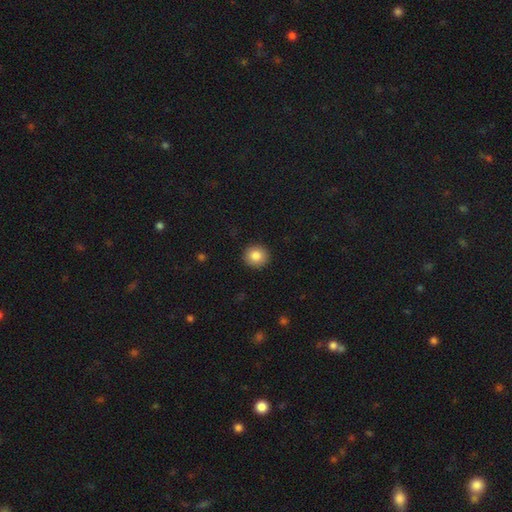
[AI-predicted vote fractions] smooth_or_featured: smooth (p=0.85) [alt: star or artifact p=0.09]
how_rounded: round (p=0.91) [alt: in between p=0.08]
merging: none (p=0.92) [alt: minor disturbance p=0.06]